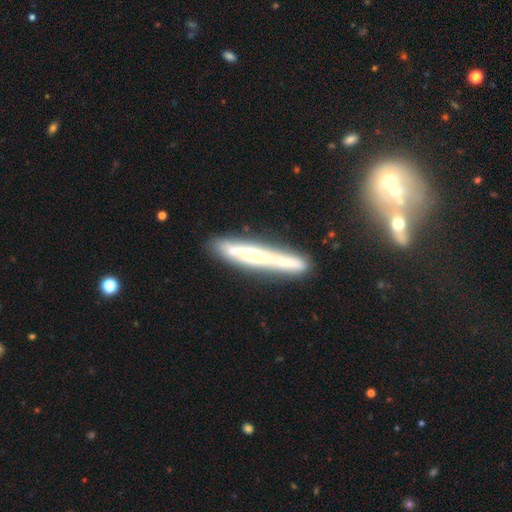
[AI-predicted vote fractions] Smooth or featured?
  - featured or disk: 60% *
  - smooth: 32%
  - star or artifact: 8%
Edge-on disk?
  - yes: 88% *
  - no: 12%
Edge-on bulge?
  - none: 63% *
  - rounded: 24%
  - boxy: 14%
Merging?
  - none: 79% *
  - minor disturbance: 14%
  - merger: 4%
  - major disturbance: 3%